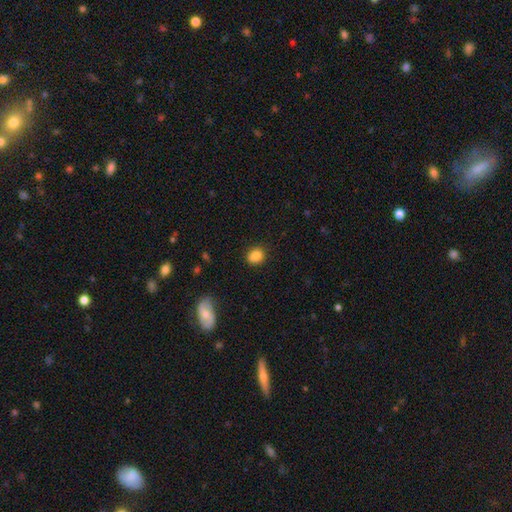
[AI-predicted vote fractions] Smooth or featured? smooth (84%)
How rounded? round (64%)
Merging? none (81%)